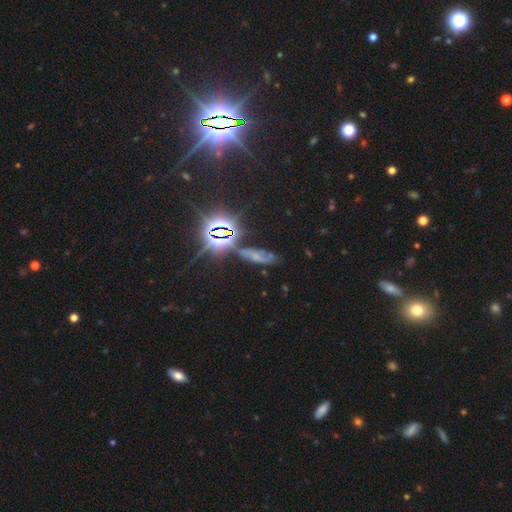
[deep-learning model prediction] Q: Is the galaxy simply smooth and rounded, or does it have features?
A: star or artifact — 47%.